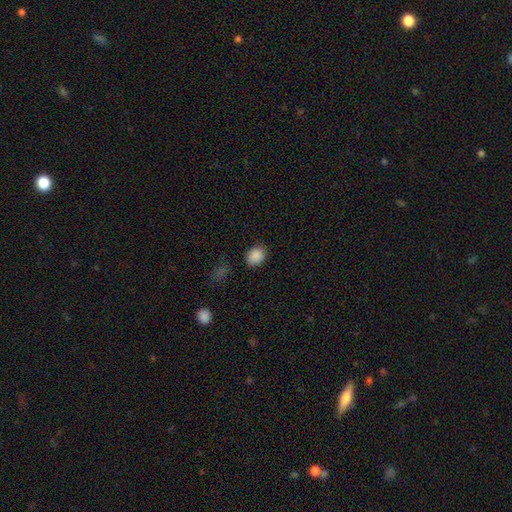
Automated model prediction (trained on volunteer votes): Smooth or featured?
  - smooth: 88% *
  - star or artifact: 9%
  - featured or disk: 3%
How rounded?
  - round: 52% *
  - in between: 47%
  - cigar-shaped: 1%
Merging?
  - none: 83% *
  - minor disturbance: 12%
  - major disturbance: 3%
  - merger: 2%